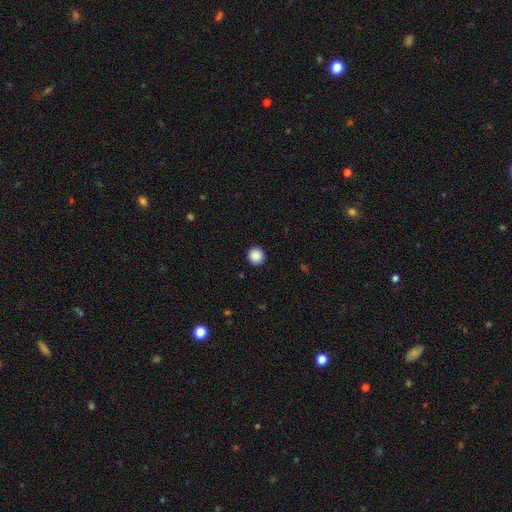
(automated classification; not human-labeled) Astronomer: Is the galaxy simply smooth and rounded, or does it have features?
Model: smooth — 89%.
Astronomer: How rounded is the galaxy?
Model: round — 95%.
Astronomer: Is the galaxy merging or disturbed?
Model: none — 93%.